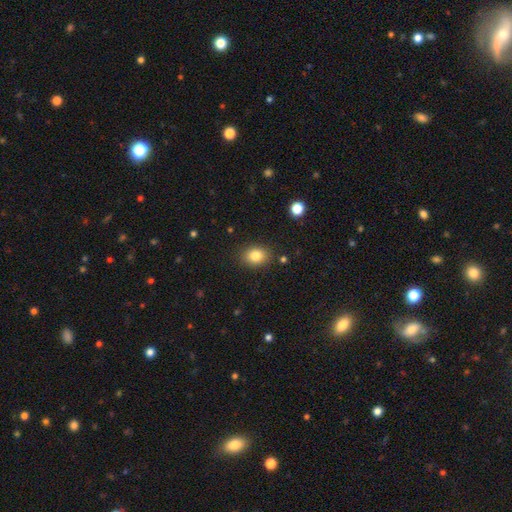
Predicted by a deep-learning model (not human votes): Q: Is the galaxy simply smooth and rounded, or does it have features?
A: smooth — 82%.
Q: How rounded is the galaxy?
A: in between — 55%.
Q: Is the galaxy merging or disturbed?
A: none — 86%.